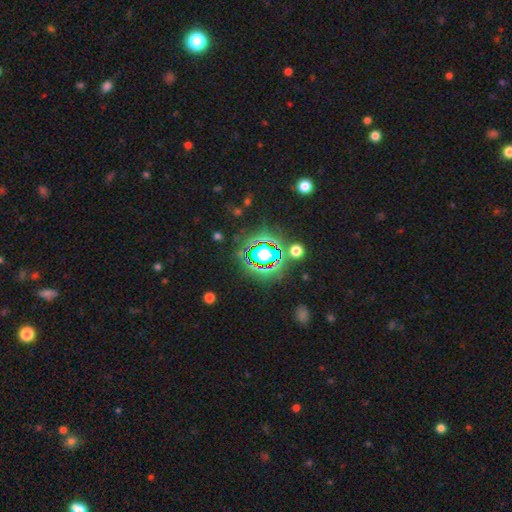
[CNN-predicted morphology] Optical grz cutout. It shows a star or artifact, not a galaxy (80%).